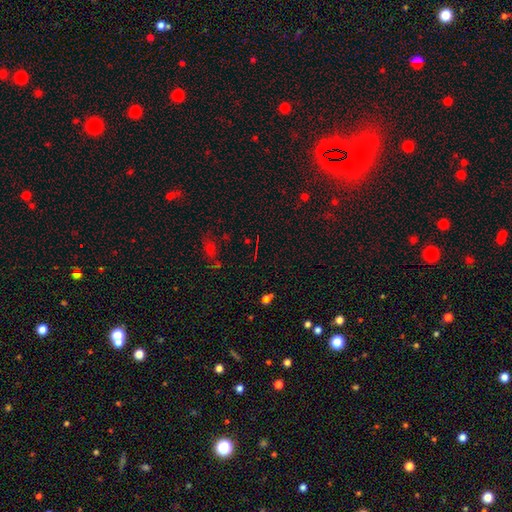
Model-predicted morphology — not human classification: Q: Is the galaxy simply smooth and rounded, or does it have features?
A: star or artifact — 64%.